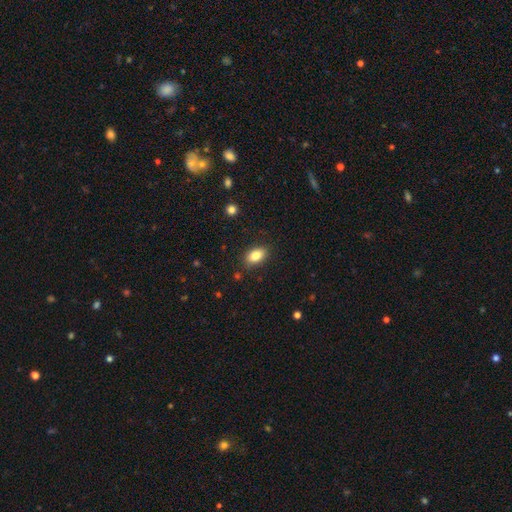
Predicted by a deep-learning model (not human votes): A smooth galaxy with no disk features (84%) that is in between round and cigar-shaped (88%). Merging: none (86%).